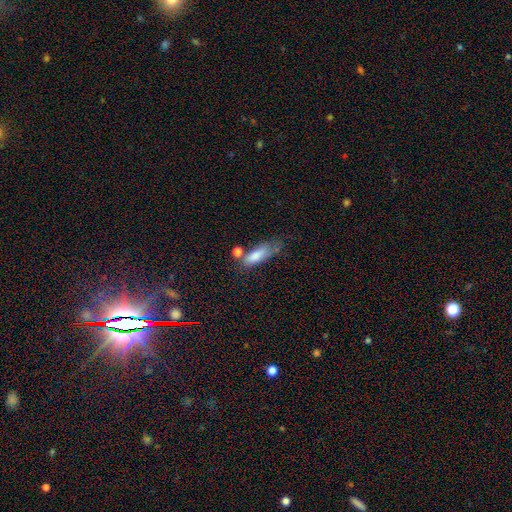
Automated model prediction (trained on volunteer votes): smooth_or_featured: smooth (p=0.74) [alt: featured or disk p=0.16]
how_rounded: in between (p=0.54) [alt: cigar-shaped p=0.44]
merging: none (p=0.40) [alt: minor disturbance p=0.30]